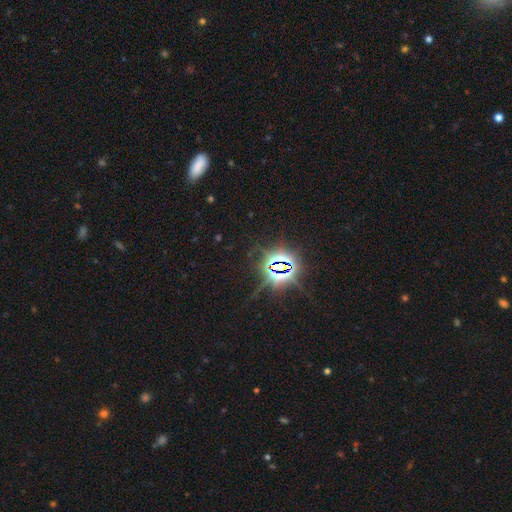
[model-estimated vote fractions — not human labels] The model was most divided on "smooth or featured": star or artifact: 81%, smooth: 13%, featured or disk: 6%.